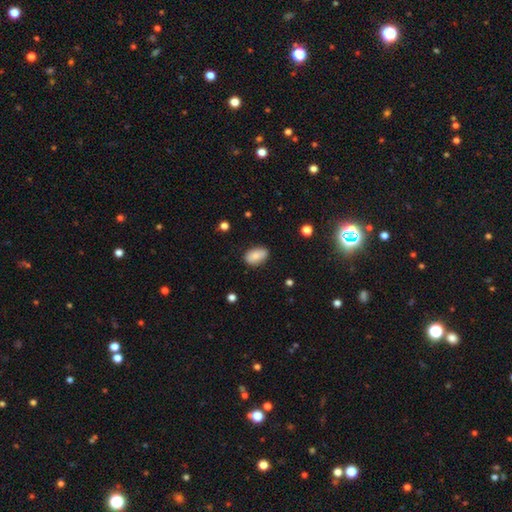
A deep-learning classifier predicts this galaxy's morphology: Smooth or featured? Predicted: smooth (p=0.81). How rounded? Predicted: in between (p=0.92). Merging? Predicted: none (p=0.83).